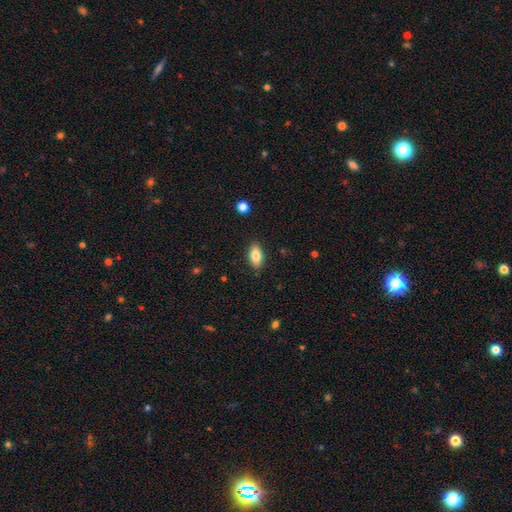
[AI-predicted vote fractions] The model was most divided on "smooth or featured": smooth: 82%, featured or disk: 10%, star or artifact: 7%. More confident: how rounded — in between (91%); merging — none (88%).